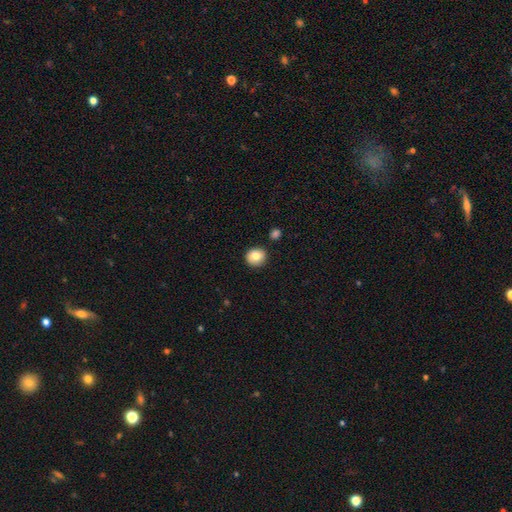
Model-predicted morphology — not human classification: This is clearly a smooth galaxy (82%). How rounded: clearly round (86%). Merging: clearly none (87%).